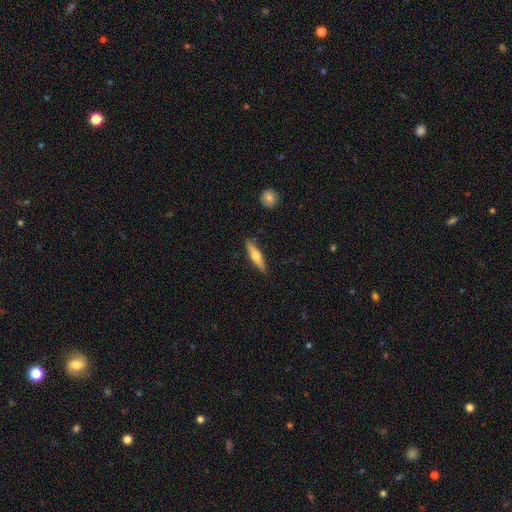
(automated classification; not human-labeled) Smooth or featured? smooth (52%)
How rounded? cigar-shaped (74%)
Merging? none (88%)